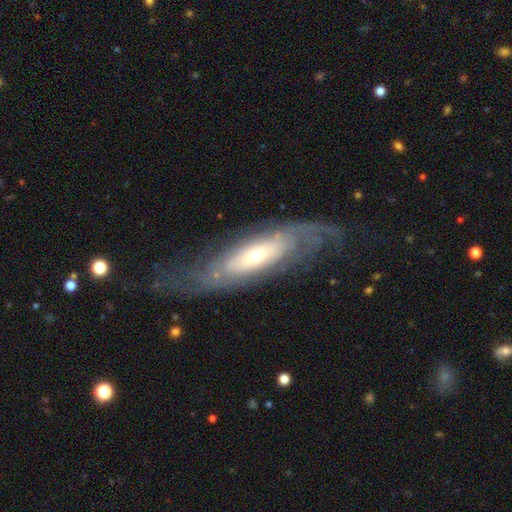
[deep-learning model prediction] A featured or disk galaxy (76%) with no bar (69%), spiral arms (80%) and a moderate central bulge (49%). Merging: none (62%).